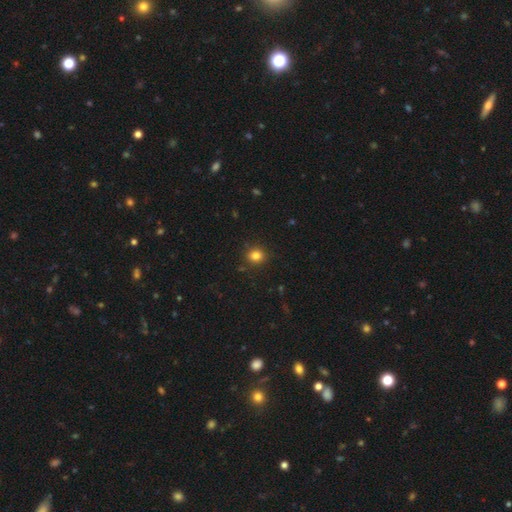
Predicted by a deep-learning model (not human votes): Q: Smooth or featured?
A: smooth (83%); runner-up: star or artifact (12%)
Q: How rounded?
A: round (75%); runner-up: in between (24%)
Q: Merging?
A: none (88%); runner-up: minor disturbance (9%)